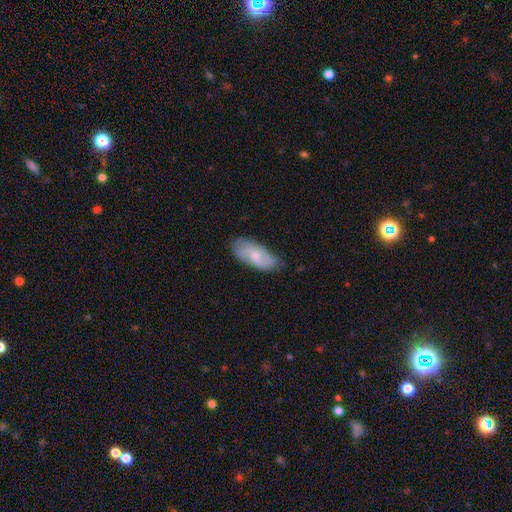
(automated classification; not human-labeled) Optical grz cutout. It shows a smooth galaxy with no disk features (54%) that is in between round and cigar-shaped (85%). Merging: none (68%).